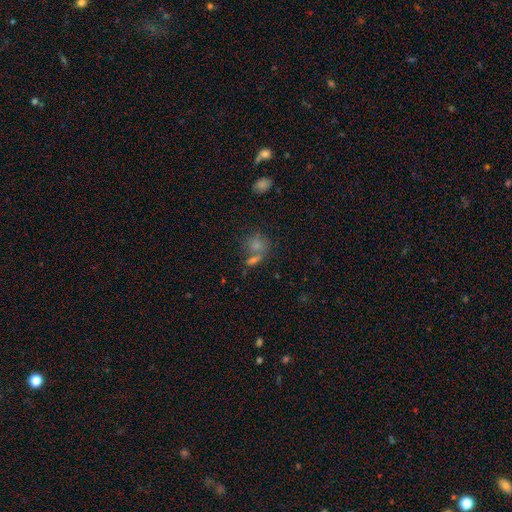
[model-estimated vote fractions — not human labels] Morphology: type=smooth (56%); roundness=round (63%); merging=none (50%).